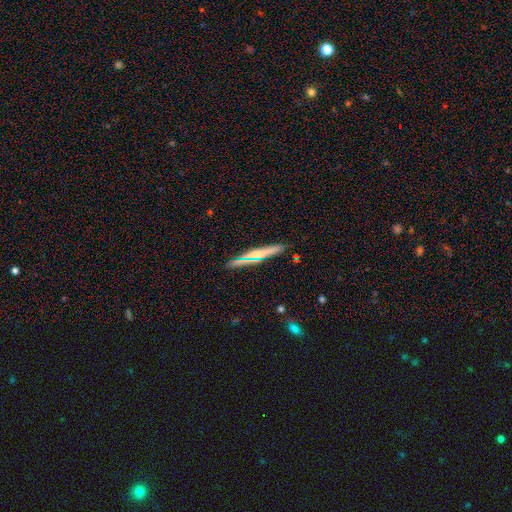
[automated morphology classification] Smooth or featured? featured or disk (47%)
Merging? none (87%)